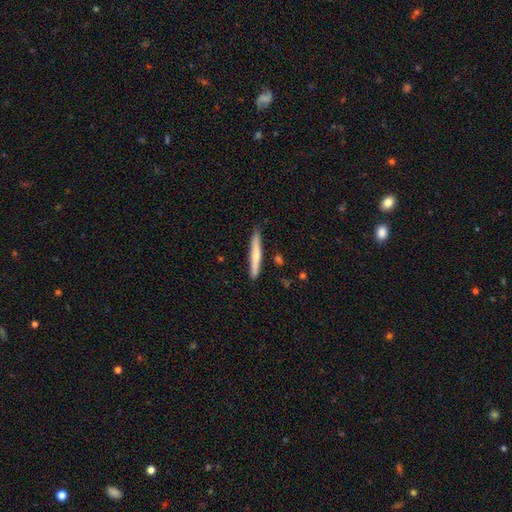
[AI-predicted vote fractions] Morphology: type=smooth (57%); roundness=cigar-shaped (95%); merging=none (87%).